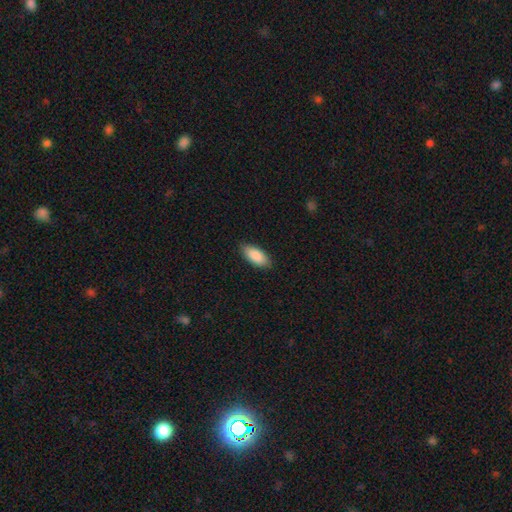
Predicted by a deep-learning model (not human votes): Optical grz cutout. It shows a smooth galaxy with no disk features (89%) that is in between round and cigar-shaped (89%). Merging: none (87%).